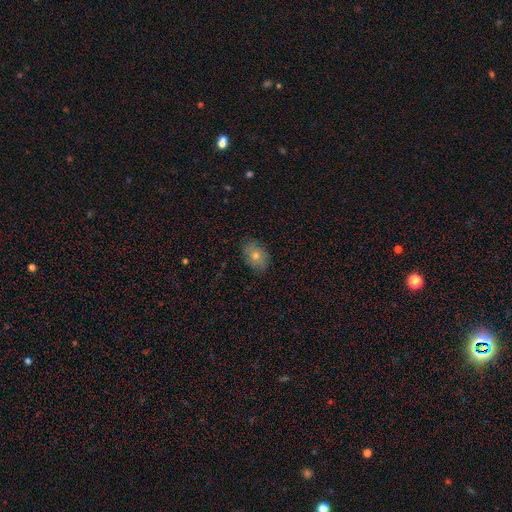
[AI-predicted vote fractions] Smooth or featured?
  - smooth: 77% *
  - featured or disk: 14%
  - star or artifact: 9%
How rounded?
  - in between: 78% *
  - round: 21%
  - cigar-shaped: 1%
Merging?
  - none: 82% *
  - minor disturbance: 14%
  - major disturbance: 3%
  - merger: 1%